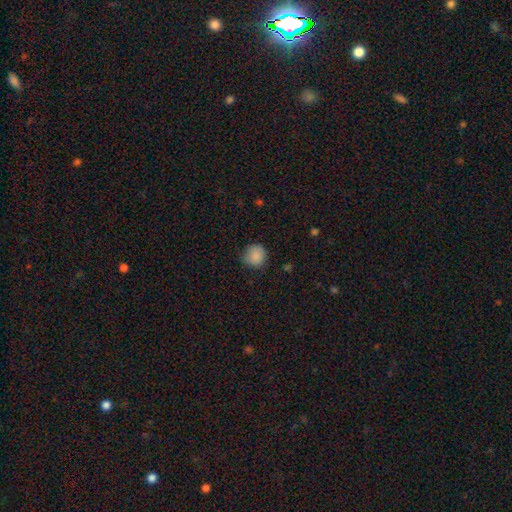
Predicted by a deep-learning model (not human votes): smooth 87%, star or artifact 9%, featured or disk 4%. Down the decision tree: how rounded — round (89%); merging — none (78%).